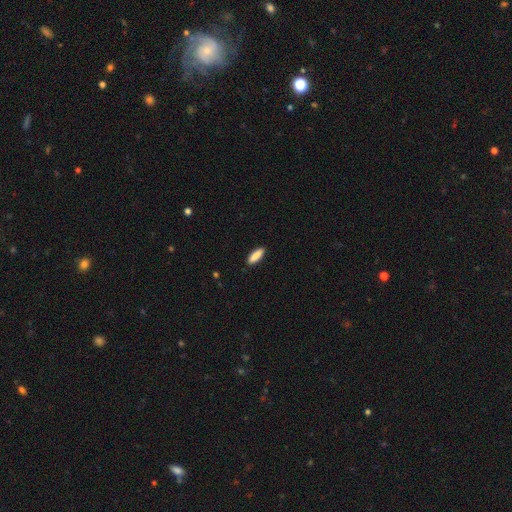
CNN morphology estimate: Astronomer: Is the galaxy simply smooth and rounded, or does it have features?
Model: smooth — 88%.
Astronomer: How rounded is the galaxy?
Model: in between — 56% (runner-up: cigar-shaped, 42%).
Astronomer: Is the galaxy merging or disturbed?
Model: none — 89%.